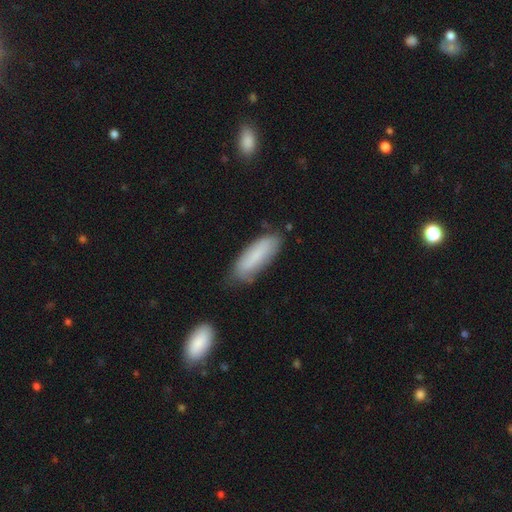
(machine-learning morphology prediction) smooth 78%, featured or disk 16%, star or artifact 6%. Down the decision tree: how rounded — in between (59%); merging — none (66%).